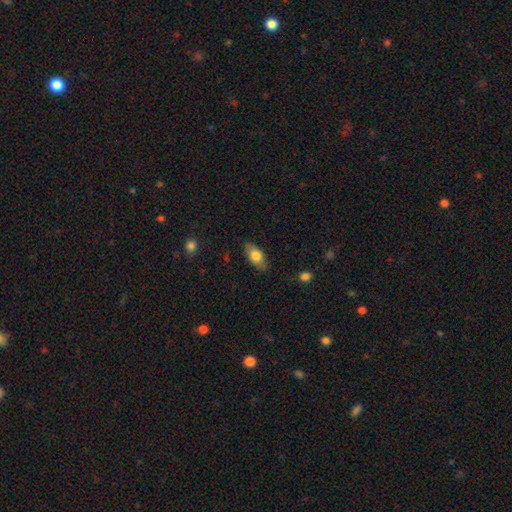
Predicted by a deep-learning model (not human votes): Smooth or featured?
  - smooth: 72% *
  - featured or disk: 21%
  - star or artifact: 7%
How rounded?
  - in between: 87% *
  - cigar-shaped: 9%
  - round: 4%
Merging?
  - none: 82% *
  - minor disturbance: 14%
  - major disturbance: 3%
  - merger: 1%